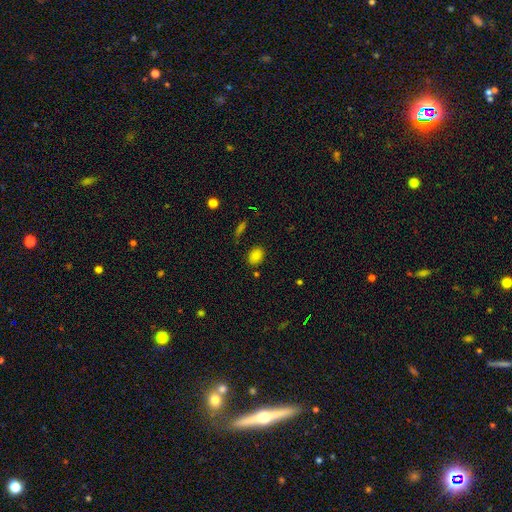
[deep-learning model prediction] This appears to be a smooth galaxy with no disk features (82%) that is in between round and cigar-shaped (70%). Merging: none (81%).